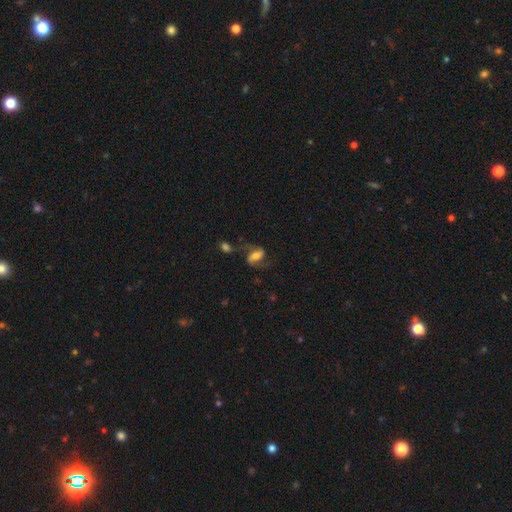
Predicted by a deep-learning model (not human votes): Smooth or featured? Predicted: featured or disk (p=0.70). Edge-on disk? Predicted: no (p=0.96). Bar? Predicted: weak (p=0.38, tied with strong). Spiral arms? Predicted: yes (p=0.92). Spiral winding? Predicted: loose (p=0.53). Spiral arm count? Predicted: 2 (p=0.90). Bulge size? Predicted: moderate (p=0.45). Merging? Predicted: none (p=0.54).